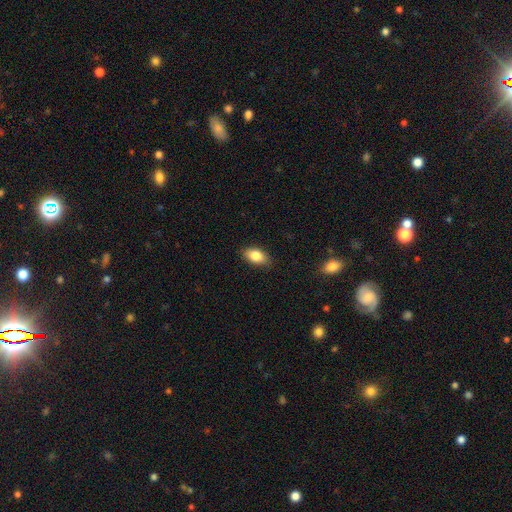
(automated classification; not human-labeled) Q: Smooth or featured?
A: smooth (84%); runner-up: featured or disk (9%)
Q: How rounded?
A: in between (91%); runner-up: round (6%)
Q: Merging?
A: none (87%); runner-up: minor disturbance (10%)